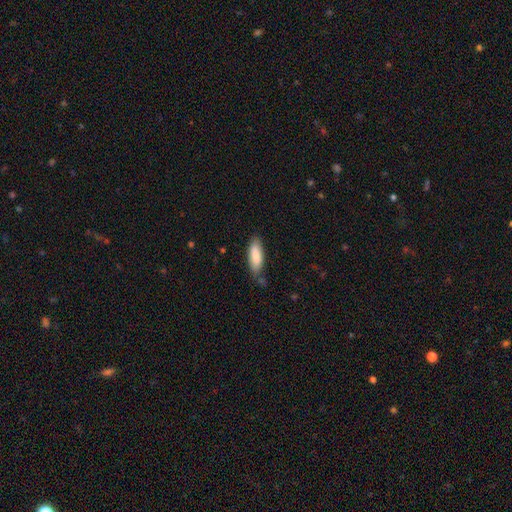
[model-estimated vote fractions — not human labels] This appears to be a smooth galaxy with no disk features (85%) that is in between round and cigar-shaped (62%). Merging: none (75%).